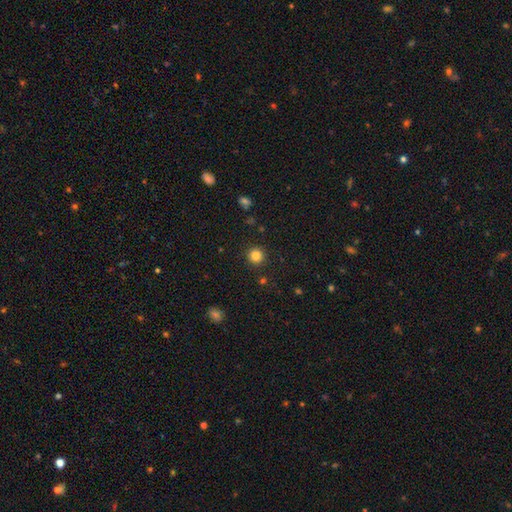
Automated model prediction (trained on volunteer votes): Smooth or featured?
  - smooth: 83% *
  - star or artifact: 12%
  - featured or disk: 5%
How rounded?
  - round: 95% *
  - in between: 4%
  - cigar-shaped: 1%
Merging?
  - none: 92% *
  - minor disturbance: 5%
  - major disturbance: 2%
  - merger: 1%